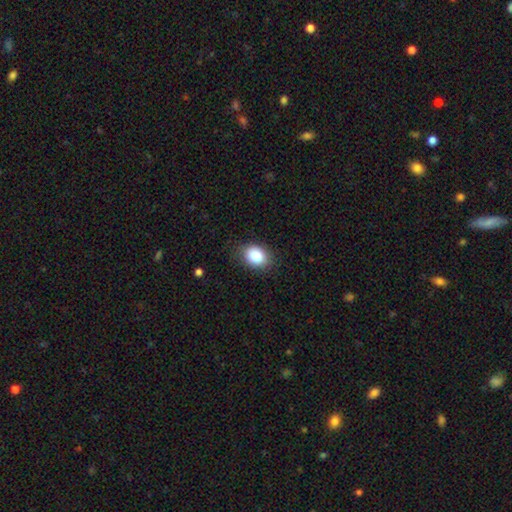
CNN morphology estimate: A smooth galaxy with no disk features (86%) that is in between round and cigar-shaped (68%).

Vote fractions:
- Smooth or featured? smooth: 86% / star or artifact: 8% / featured or disk: 6%
- How rounded? in between: 68% / round: 31% / cigar-shaped: 1%
- Merging? none: 83% / minor disturbance: 13% / major disturbance: 3% / merger: 1%